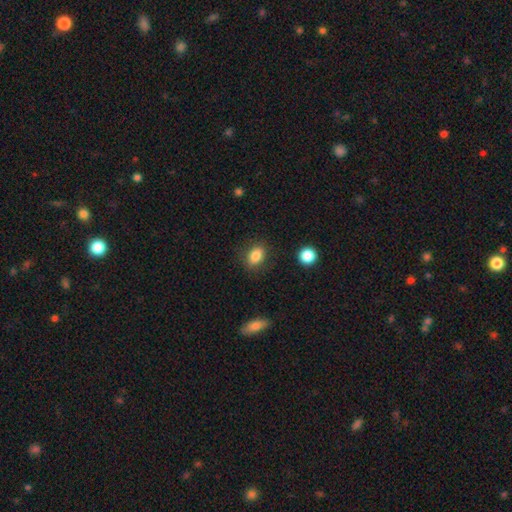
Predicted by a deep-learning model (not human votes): smooth_or_featured: smooth (p=0.85) [alt: star or artifact p=0.09]
how_rounded: in between (p=0.72) [alt: round p=0.26]
merging: none (p=0.83) [alt: minor disturbance p=0.11]